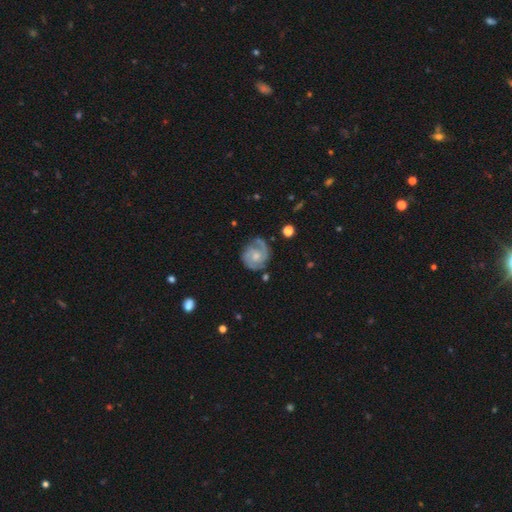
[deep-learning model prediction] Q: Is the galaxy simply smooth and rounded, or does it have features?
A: featured or disk — 83%.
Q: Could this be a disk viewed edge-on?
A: no — 98%.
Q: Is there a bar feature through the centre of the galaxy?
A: no — 63%.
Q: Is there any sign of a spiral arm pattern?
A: yes — 96%.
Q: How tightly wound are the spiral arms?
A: tight — 49%.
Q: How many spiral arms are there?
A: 2 — 72%.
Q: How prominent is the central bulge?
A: moderate — 48%.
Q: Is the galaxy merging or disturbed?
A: none — 71%.